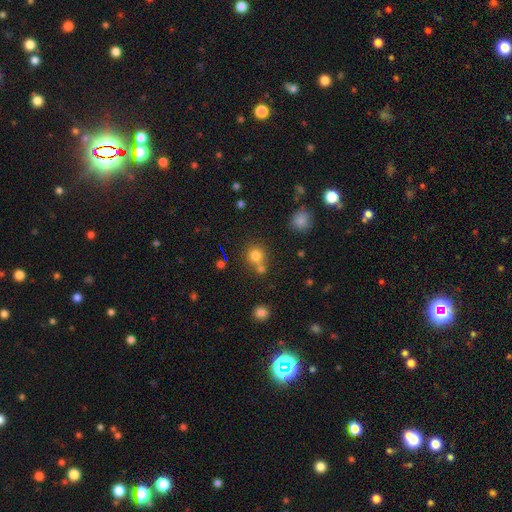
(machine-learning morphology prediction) Smooth or featured: smooth — 75% (star or artifact — 16%)
How rounded: round — 87% (in between — 12%)
Merging: none — 57% (merger — 30%)